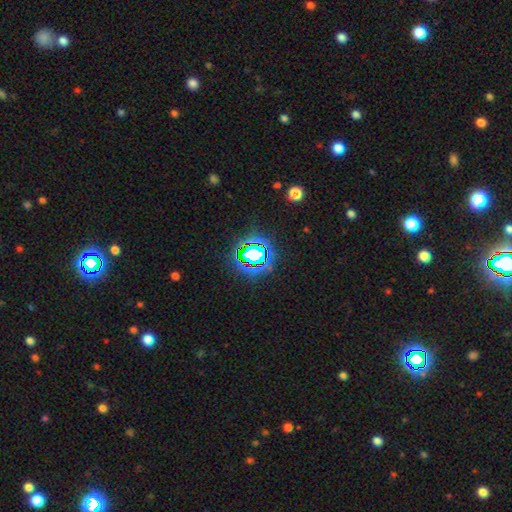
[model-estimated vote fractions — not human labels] smooth_or_featured: star or artifact (p=0.75) [alt: smooth p=0.16]